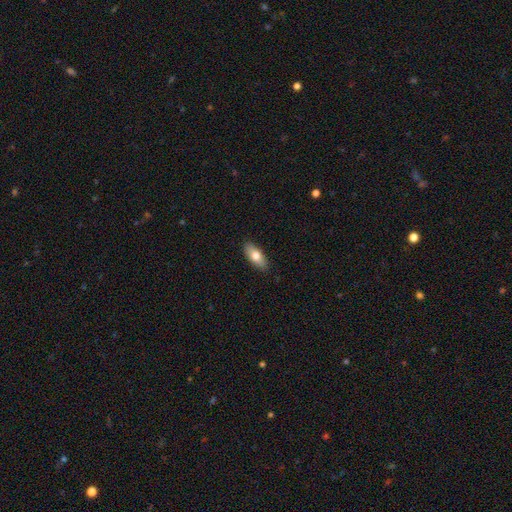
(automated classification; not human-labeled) Smooth or featured: smooth — 74% (featured or disk — 19%)
How rounded: in between — 81% (cigar-shaped — 16%)
Merging: none — 89% (minor disturbance — 9%)